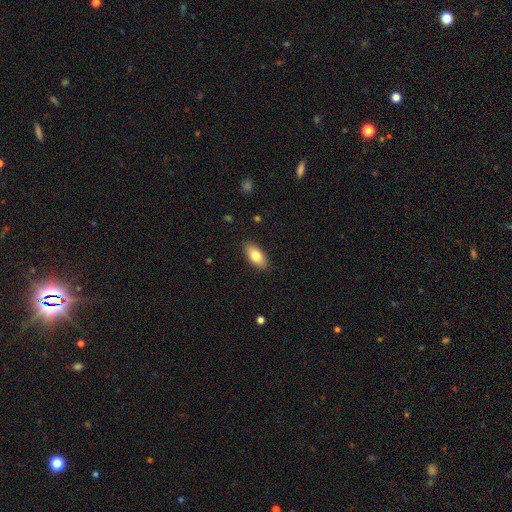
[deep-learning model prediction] Smooth or featured: smooth — 79% (featured or disk — 14%)
How rounded: in between — 89% (cigar-shaped — 8%)
Merging: none — 88% (minor disturbance — 9%)